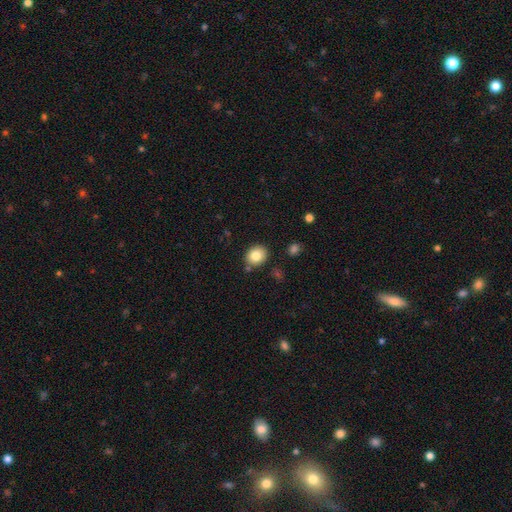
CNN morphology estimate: Smooth or featured?
  - smooth: 82% *
  - star or artifact: 9%
  - featured or disk: 9%
How rounded?
  - round: 60% *
  - in between: 39%
  - cigar-shaped: 1%
Merging?
  - none: 82% *
  - minor disturbance: 11%
  - merger: 5%
  - major disturbance: 3%